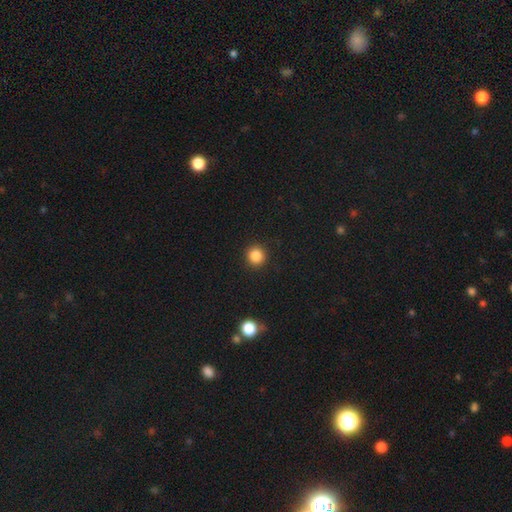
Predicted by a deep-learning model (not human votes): A smooth galaxy with no disk features (86%) that is round (94%).

Vote fractions:
- Smooth or featured? smooth: 86% / star or artifact: 11% / featured or disk: 3%
- How rounded? round: 94% / in between: 5% / cigar-shaped: 1%
- Merging? none: 92% / minor disturbance: 5% / major disturbance: 2% / merger: 1%